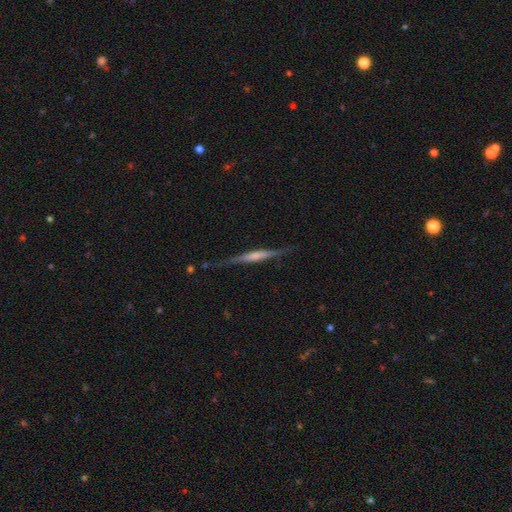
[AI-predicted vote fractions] A featured or disk galaxy (66%) viewed edge-on (97%) with a rounded central bulge (43%). Merging: none (81%).